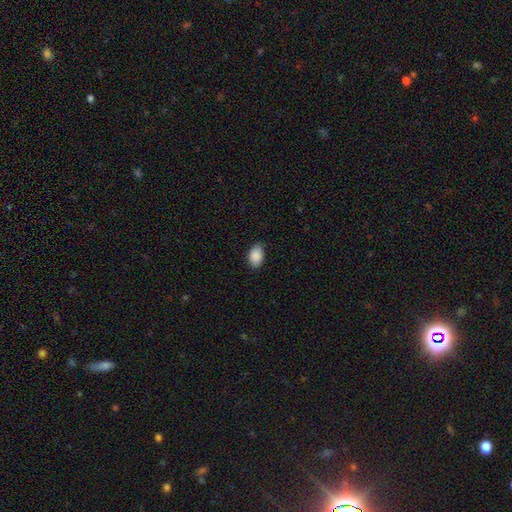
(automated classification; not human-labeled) smooth-or-featured: smooth: 89% | star or artifact: 7% | featured or disk: 4%
  how-rounded: in between: 88% | round: 11% | cigar-shaped: 1%
  merging: none: 79% | minor disturbance: 17% | major disturbance: 3% | merger: 1%